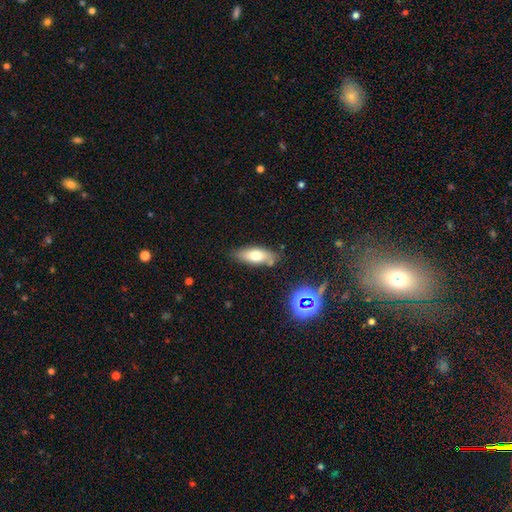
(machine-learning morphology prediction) Smooth or featured: smooth — 67% (featured or disk — 23%)
How rounded: in between — 72% (cigar-shaped — 24%)
Merging: none — 75% (minor disturbance — 16%)